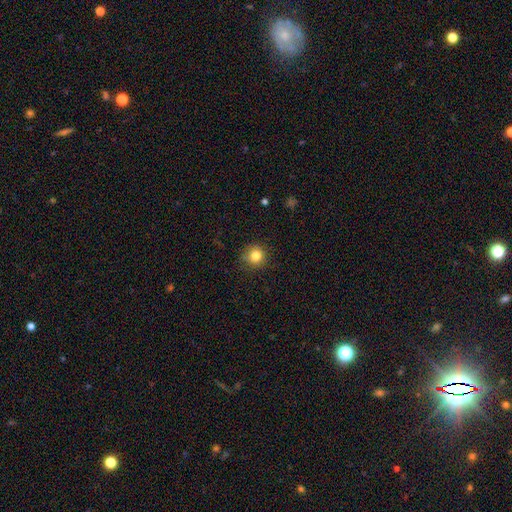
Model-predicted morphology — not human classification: This is clearly a smooth galaxy (82%). How rounded: clearly round (94%). Merging: clearly none (87%).